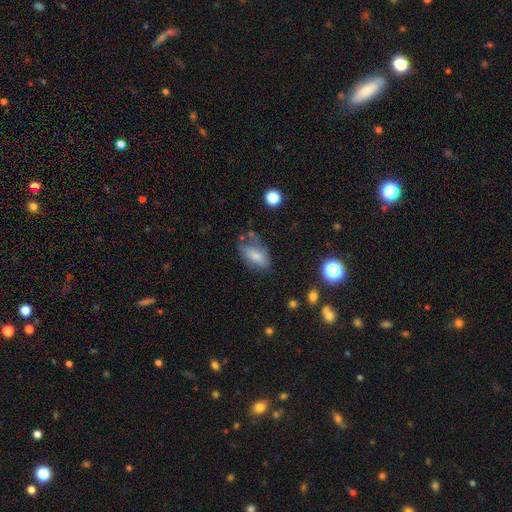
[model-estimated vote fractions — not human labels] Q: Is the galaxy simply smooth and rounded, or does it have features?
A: smooth — 73%.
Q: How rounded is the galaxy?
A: in between — 85%.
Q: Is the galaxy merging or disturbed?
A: none — 51%.